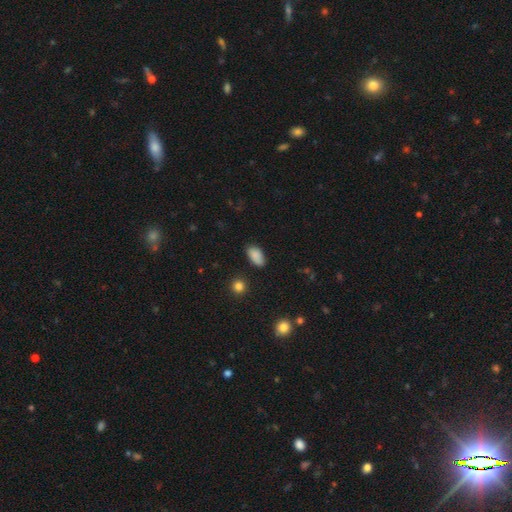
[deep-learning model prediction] Smooth or featured? Predicted: smooth (p=0.86). How rounded? Predicted: in between (p=0.92). Merging? Predicted: none (p=0.82).